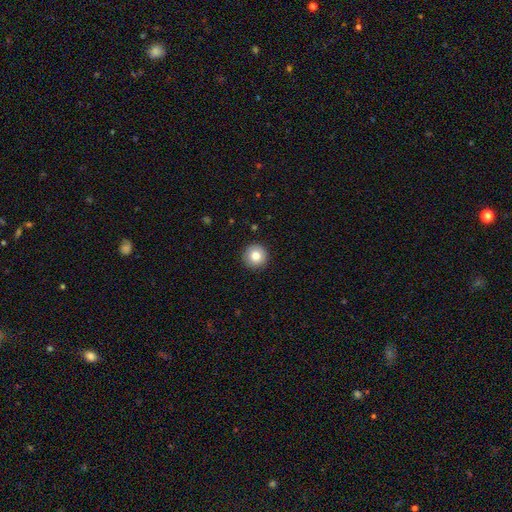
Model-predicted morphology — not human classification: A smooth galaxy with no disk features (83%) that is round (96%). Merging: none (92%).